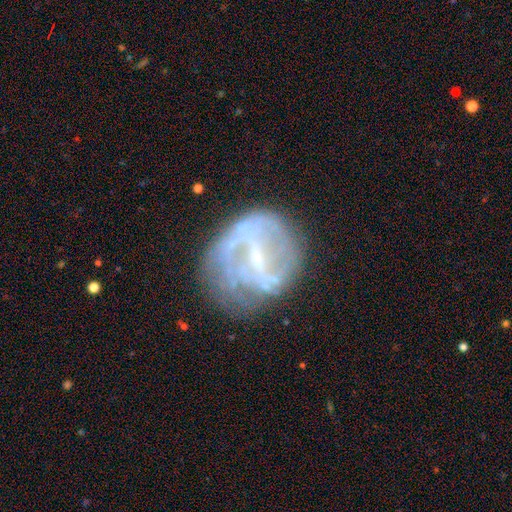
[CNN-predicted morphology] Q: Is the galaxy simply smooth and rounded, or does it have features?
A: featured or disk — 73%.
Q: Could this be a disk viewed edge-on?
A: no — 97%.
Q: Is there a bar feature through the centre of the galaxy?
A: weak — 43%.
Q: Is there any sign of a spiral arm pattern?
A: yes — 51%.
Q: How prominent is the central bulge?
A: small — 44%.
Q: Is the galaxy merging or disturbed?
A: none — 53%.